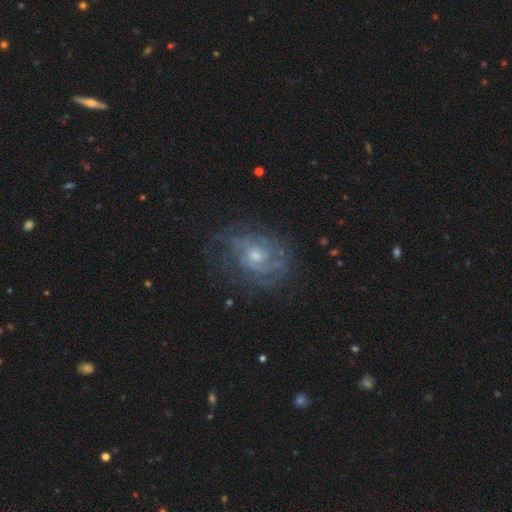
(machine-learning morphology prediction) The model was most divided on "bulge size": small: 51%, moderate: 43%, none: 3%, large: 2%, dominant: 1%. Remaining: edge-on disk — no (97%); spiral arms — yes (89%); smooth or featured — featured or disk (78%); bar — no (72%); merging — none (71%); spiral winding — tight (51%); spiral arm count — can't tell (41%).